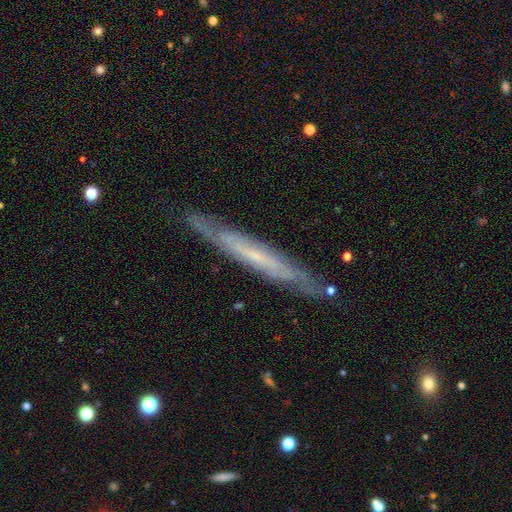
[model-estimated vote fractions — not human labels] A featured or disk galaxy (69%) viewed edge-on (77%) with no central bulge (78%). Merging: none (82%).